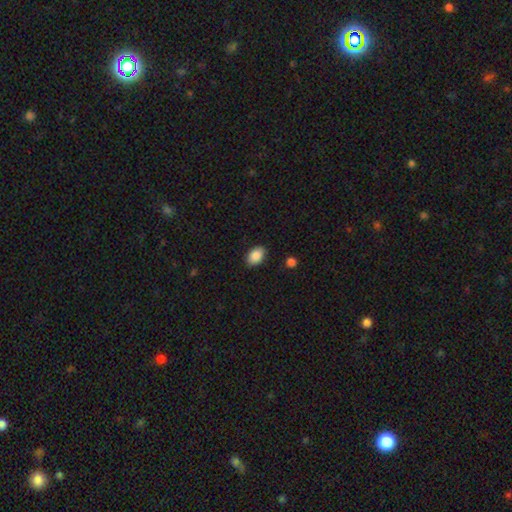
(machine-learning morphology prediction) Smooth or featured? smooth (88%)
How rounded? in between (87%)
Merging? none (88%)